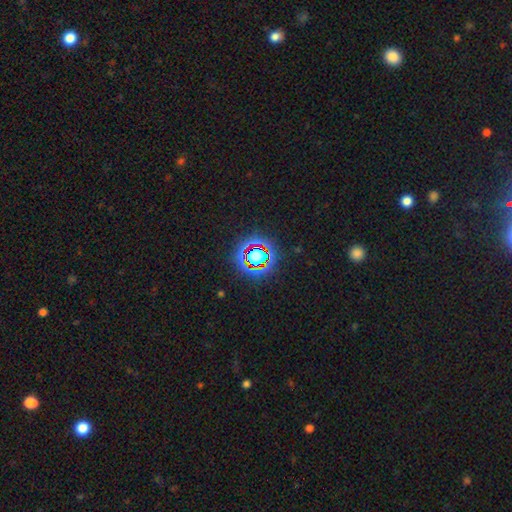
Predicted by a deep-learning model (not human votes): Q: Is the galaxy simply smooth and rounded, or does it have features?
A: star or artifact — 66%.